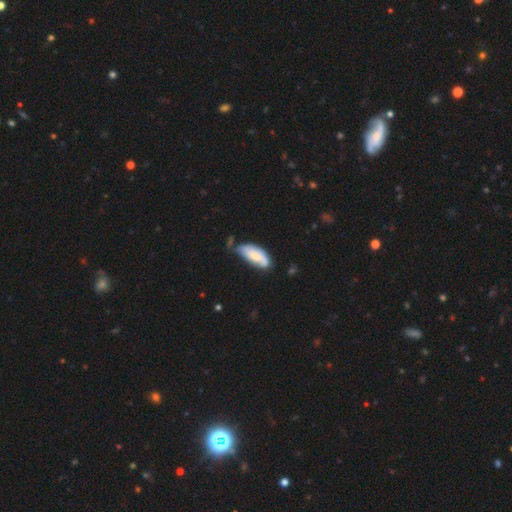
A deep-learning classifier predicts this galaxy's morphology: smooth 64%, featured or disk 30%, star or artifact 6%. Down the decision tree: how rounded — in between (82%); merging — none (43%).